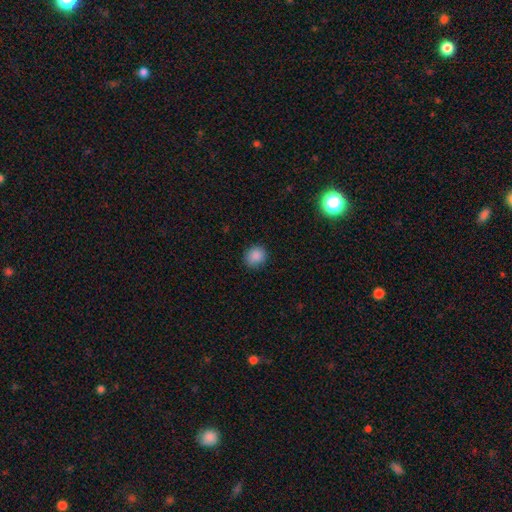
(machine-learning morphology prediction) The model was most divided on "how rounded": round: 80%, in between: 19%, cigar-shaped: 1%. More confident: smooth or featured — smooth (88%); merging — none (87%).